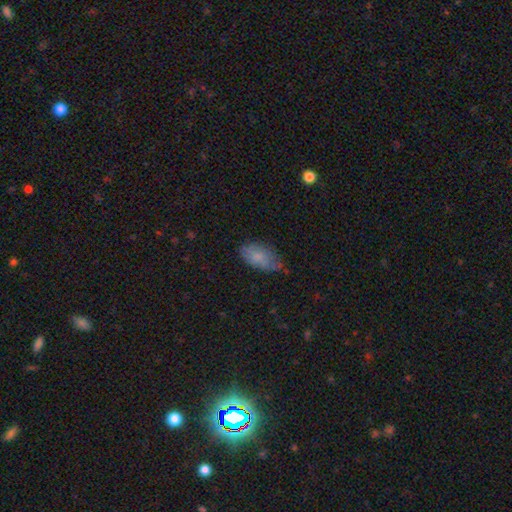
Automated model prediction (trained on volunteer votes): smooth-or-featured: smooth: 75% | featured or disk: 15% | star or artifact: 9%
  how-rounded: in between: 92% | cigar-shaped: 4% | round: 4%
  merging: none: 56% | minor disturbance: 34% | major disturbance: 8% | merger: 2%